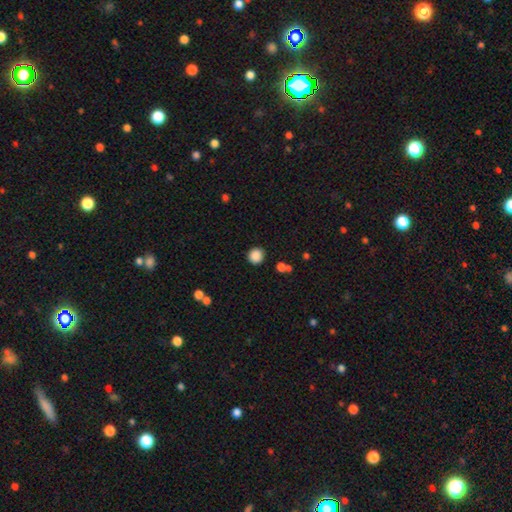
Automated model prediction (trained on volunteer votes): This is clearly a smooth galaxy (87%). How rounded: clearly round (92%). Merging: clearly none (88%).